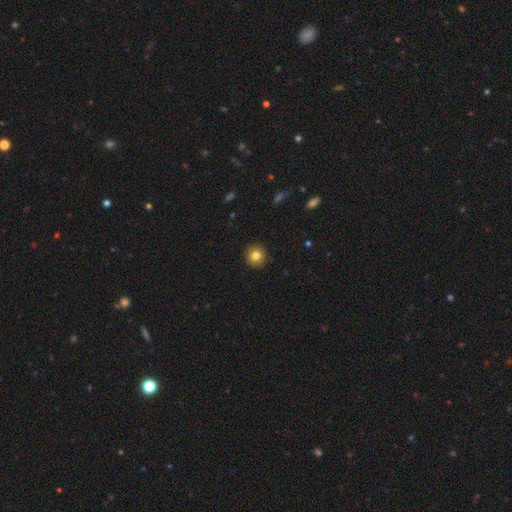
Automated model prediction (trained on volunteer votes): Overall: smooth (81%). How rounded: round (94%). Merging: none (92%).